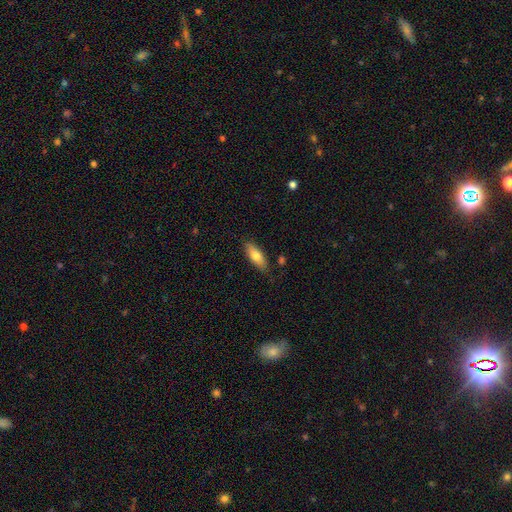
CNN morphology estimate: A smooth galaxy with no disk features (73%) that is in between round and cigar-shaped (65%). Merging: none (82%).